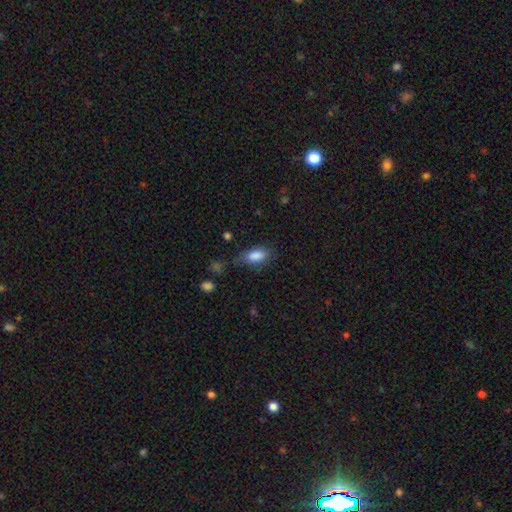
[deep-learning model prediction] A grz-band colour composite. It shows a smooth galaxy with no disk features (85%) that is in between round and cigar-shaped (89%). Merging: none (59%).